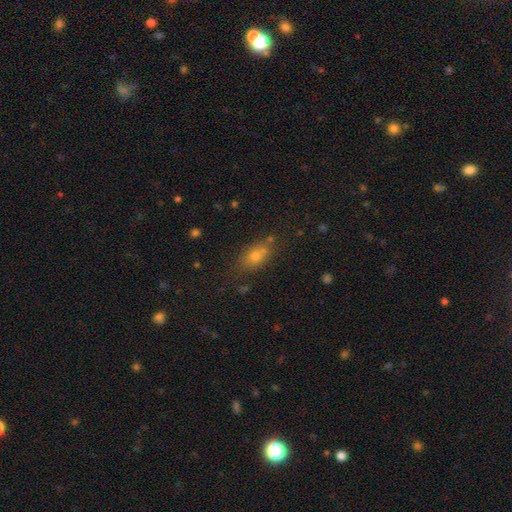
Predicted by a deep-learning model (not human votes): Morphology: type=smooth (67%); roundness=in between (68%); merging=none (68%).